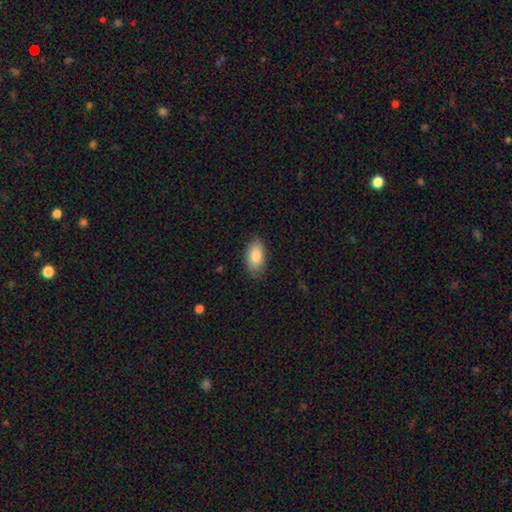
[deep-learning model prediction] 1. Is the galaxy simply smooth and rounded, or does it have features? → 85% smooth, 9% featured or disk, 7% star or artifact.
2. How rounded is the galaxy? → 93% in between, 4% cigar-shaped, 4% round.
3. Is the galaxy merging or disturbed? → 84% none, 13% minor disturbance, 2% major disturbance, 1% merger.